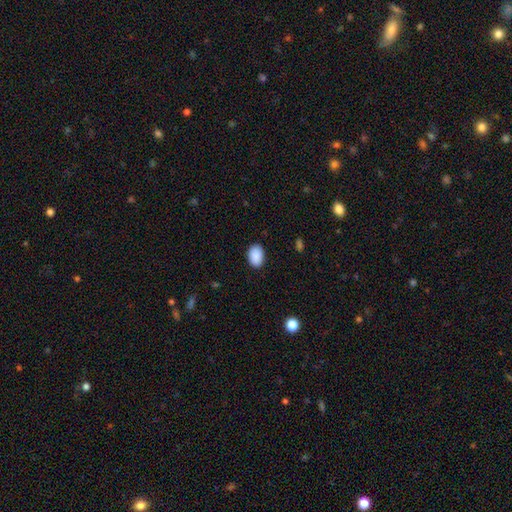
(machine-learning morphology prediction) smooth-or-featured: smooth: 90% | star or artifact: 7% | featured or disk: 3%
  how-rounded: in between: 84% | round: 15% | cigar-shaped: 1%
  merging: none: 87% | minor disturbance: 10% | major disturbance: 2% | merger: 1%